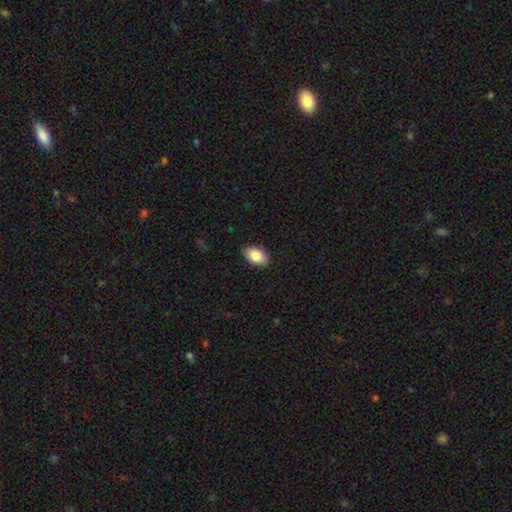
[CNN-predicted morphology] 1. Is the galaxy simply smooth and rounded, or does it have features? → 85% smooth, 8% featured or disk, 7% star or artifact.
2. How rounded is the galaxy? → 93% in between, 5% round, 2% cigar-shaped.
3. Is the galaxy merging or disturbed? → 87% none, 10% minor disturbance, 2% major disturbance, 1% merger.